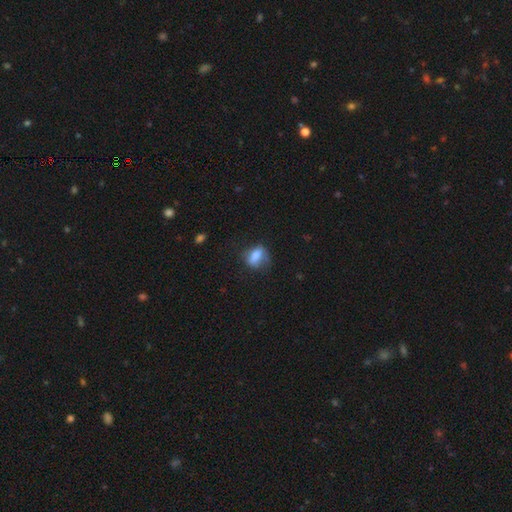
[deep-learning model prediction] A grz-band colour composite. It shows a smooth galaxy with no disk features (72%) that is in between round and cigar-shaped (73%). Merging: none (50%).